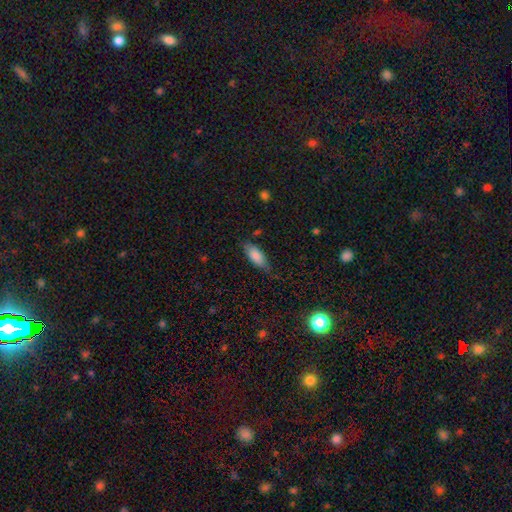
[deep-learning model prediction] Overall: smooth (84%). How rounded: in between (79%). Merging: none (70%).